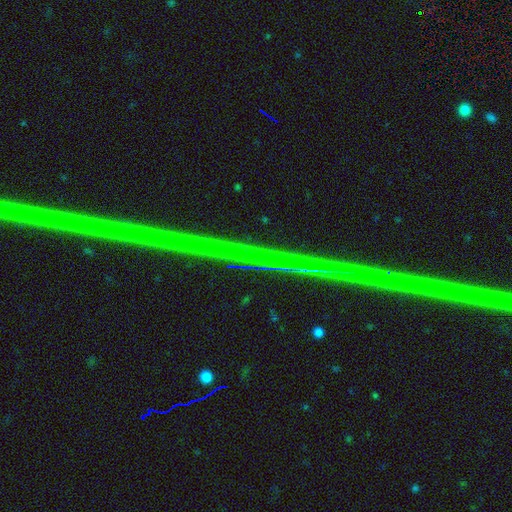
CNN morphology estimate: smooth-or-featured: star or artifact: 84% | featured or disk: 11% | smooth: 4%